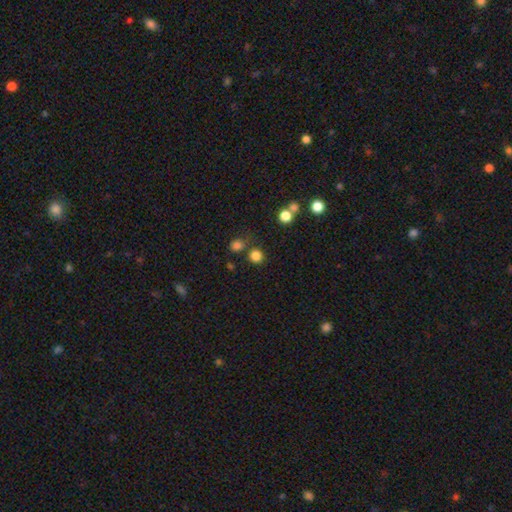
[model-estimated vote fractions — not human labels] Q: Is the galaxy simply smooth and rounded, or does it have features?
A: smooth — 80%.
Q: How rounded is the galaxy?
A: round — 90%.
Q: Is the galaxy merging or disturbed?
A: none — 76%.